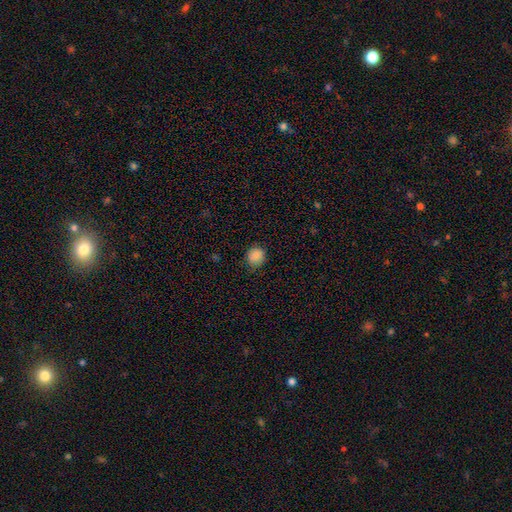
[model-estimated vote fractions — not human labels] A smooth galaxy with no disk features (87%) that is round (83%). Merging: none (83%).